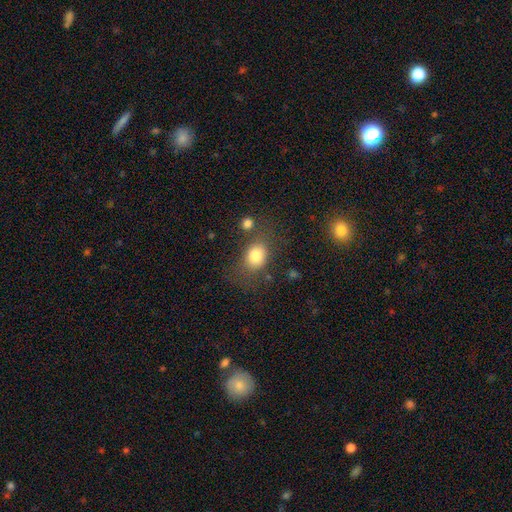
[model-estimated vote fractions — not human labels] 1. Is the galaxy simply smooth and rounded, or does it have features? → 80% smooth, 11% star or artifact, 9% featured or disk.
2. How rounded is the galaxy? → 54% in between, 45% round, 1% cigar-shaped.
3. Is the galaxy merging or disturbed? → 64% none, 18% minor disturbance, 10% major disturbance, 9% merger.